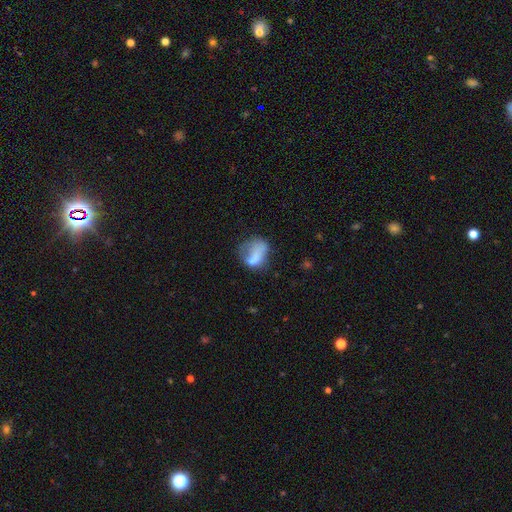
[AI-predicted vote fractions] This is likely a smooth galaxy (65%). How rounded: likely in between (62%). Merging: marginally major disturbance (33%).